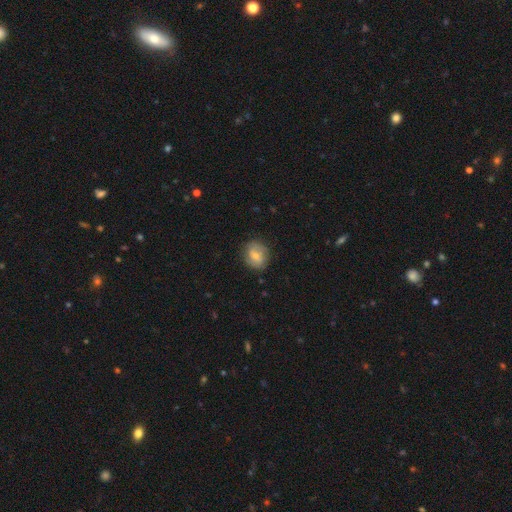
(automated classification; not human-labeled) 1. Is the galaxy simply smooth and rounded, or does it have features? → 58% smooth, 34% featured or disk, 8% star or artifact.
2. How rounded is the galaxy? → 66% round, 33% in between, 1% cigar-shaped.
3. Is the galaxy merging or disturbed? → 77% none, 17% minor disturbance, 5% major disturbance, 1% merger.